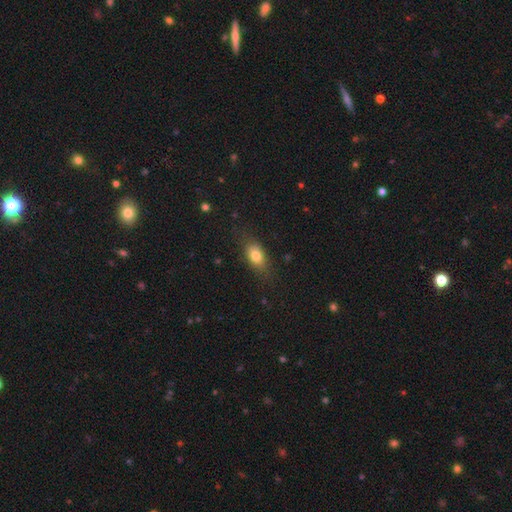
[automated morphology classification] Smooth or featured? smooth (79%)
How rounded? in between (82%)
Merging? none (74%)